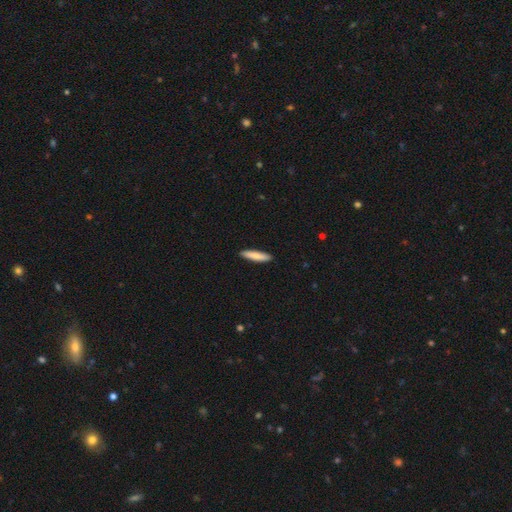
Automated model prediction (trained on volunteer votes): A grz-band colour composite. It shows a smooth galaxy with no disk features (82%) that is cigar-shaped (84%). Merging: none (91%).